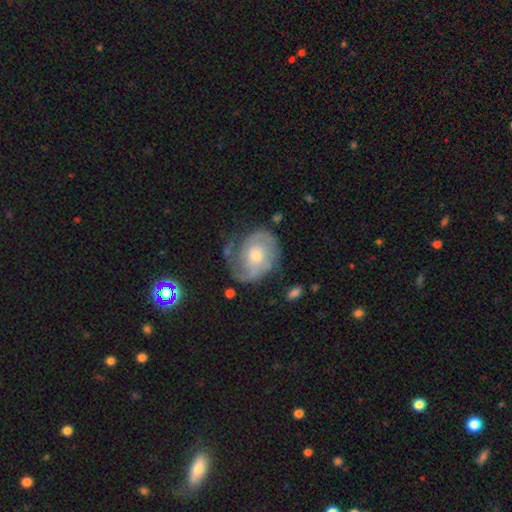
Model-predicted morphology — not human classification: Smooth or featured: featured or disk — 76% (smooth — 17%)
Edge-on disk: no — 97% (yes — 3%)
Bar: no — 72% (weak — 24%)
Spiral arms: yes — 91% (no — 9%)
Spiral winding: tight — 47% (medium — 38%)
Spiral arm count: 2 — 64% (can't tell — 18%)
Bulge size: moderate — 50% (small — 43%)
Merging: none — 63% (minor disturbance — 22%)